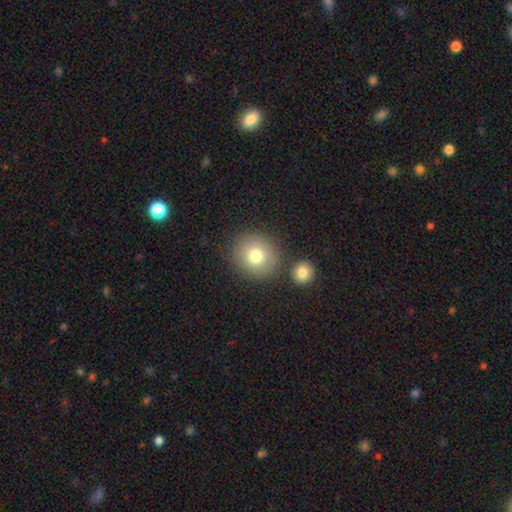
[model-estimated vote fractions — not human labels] This is likely a smooth galaxy (77%). How rounded: clearly round (90%). Merging: likely none (77%).